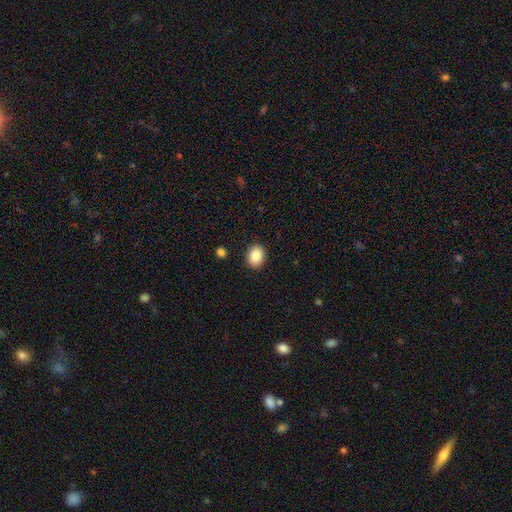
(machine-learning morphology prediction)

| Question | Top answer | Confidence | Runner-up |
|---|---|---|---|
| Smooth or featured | smooth | 85% | star or artifact (8%) |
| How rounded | in between | 51% | round (49%) |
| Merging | none | 90% | minor disturbance (7%) |